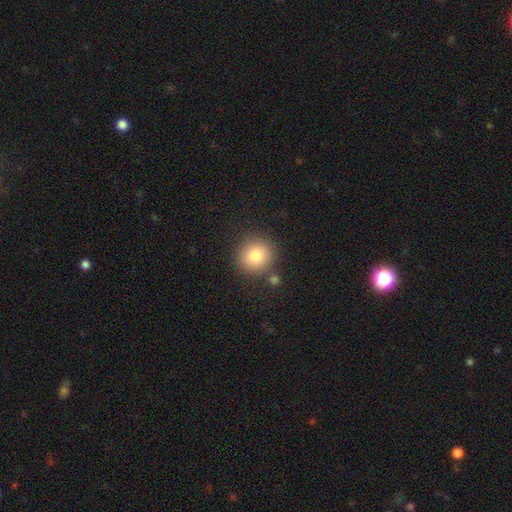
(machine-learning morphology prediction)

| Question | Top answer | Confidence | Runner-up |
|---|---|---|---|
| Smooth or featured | smooth | 82% | star or artifact (10%) |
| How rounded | round | 92% | in between (8%) |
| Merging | none | 81% | minor disturbance (9%) |